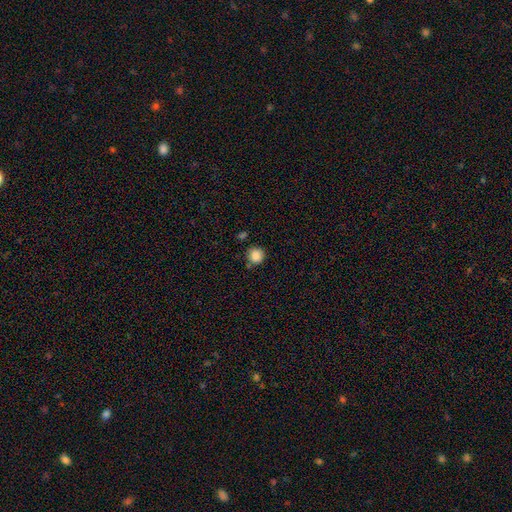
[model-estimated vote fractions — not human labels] Smooth or featured? smooth (86%)
How rounded? round (92%)
Merging? none (79%)